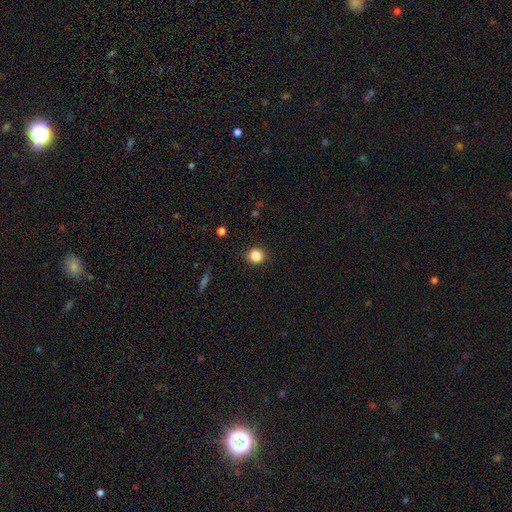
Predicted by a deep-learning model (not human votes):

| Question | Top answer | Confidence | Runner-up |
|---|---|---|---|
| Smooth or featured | smooth | 85% | star or artifact (11%) |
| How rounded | round | 84% | in between (15%) |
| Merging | none | 90% | minor disturbance (7%) |